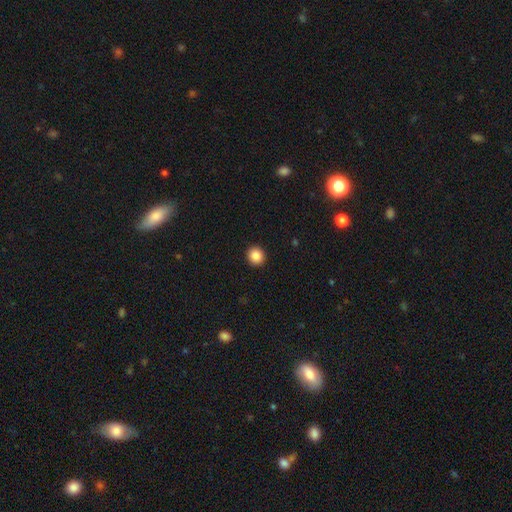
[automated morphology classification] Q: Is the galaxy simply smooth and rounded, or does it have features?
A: smooth — 87%.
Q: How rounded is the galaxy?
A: round — 89%.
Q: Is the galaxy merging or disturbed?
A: none — 93%.